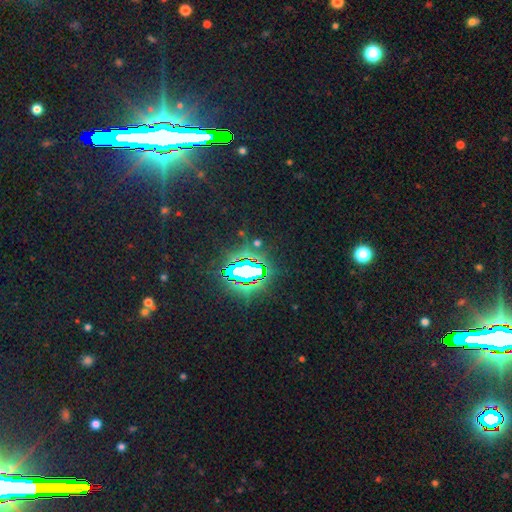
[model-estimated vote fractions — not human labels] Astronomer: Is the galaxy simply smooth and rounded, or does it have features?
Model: star or artifact — 81%.